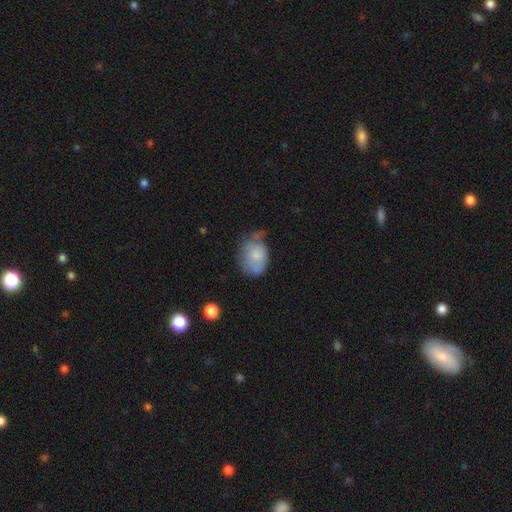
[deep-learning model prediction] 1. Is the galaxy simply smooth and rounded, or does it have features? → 74% smooth, 18% featured or disk, 8% star or artifact.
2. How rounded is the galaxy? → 68% in between, 31% round, 1% cigar-shaped.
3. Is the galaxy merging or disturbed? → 39% minor disturbance, 36% none, 18% major disturbance, 7% merger.